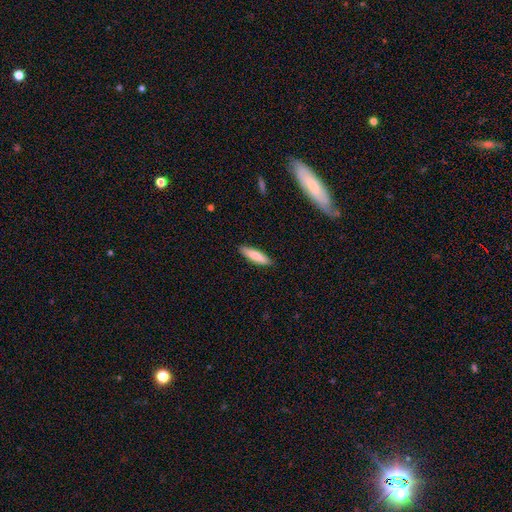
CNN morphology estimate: Smooth or featured? Predicted: smooth (p=0.82). How rounded? Predicted: cigar-shaped (p=0.67). Merging? Predicted: none (p=0.89).